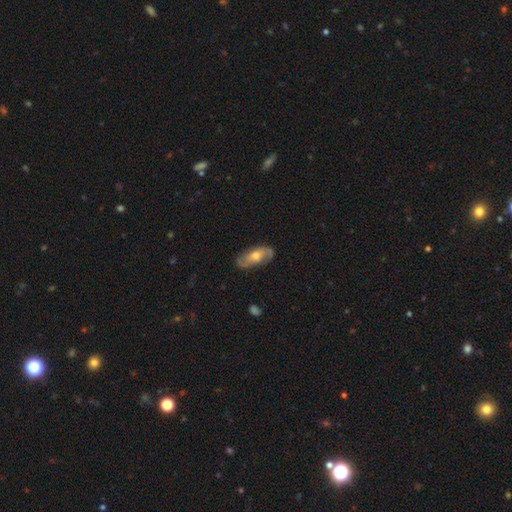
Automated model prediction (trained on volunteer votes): Smooth or featured?
  - featured or disk: 62% *
  - smooth: 32%
  - star or artifact: 6%
Edge-on disk?
  - no: 86% *
  - yes: 14%
Bar?
  - no: 67% *
  - weak: 26%
  - strong: 7%
Spiral arms?
  - yes: 82% *
  - no: 18%
Bulge size?
  - moderate: 66% *
  - small: 26%
  - large: 5%
  - none: 1%
  - dominant: 1%
Merging?
  - none: 75% *
  - minor disturbance: 19%
  - major disturbance: 5%
  - merger: 1%